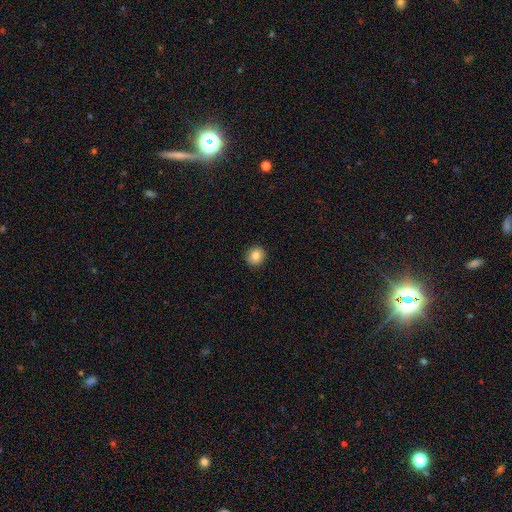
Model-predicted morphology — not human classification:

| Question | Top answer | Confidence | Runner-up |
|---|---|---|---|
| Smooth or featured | smooth | 83% | star or artifact (9%) |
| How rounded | round | 88% | in between (11%) |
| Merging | none | 90% | minor disturbance (7%) |